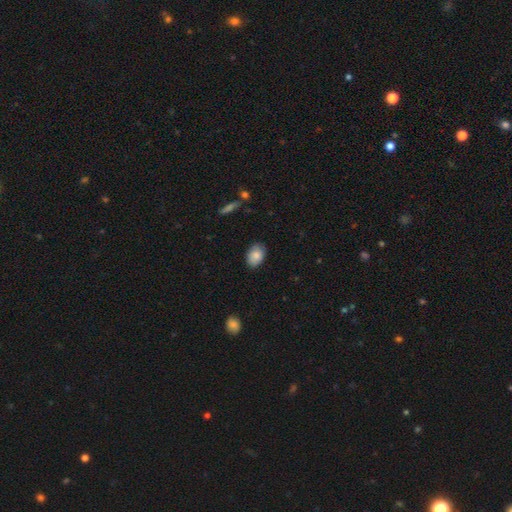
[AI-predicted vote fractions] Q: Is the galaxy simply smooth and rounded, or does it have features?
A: smooth — 85%.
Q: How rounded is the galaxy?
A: in between — 82%.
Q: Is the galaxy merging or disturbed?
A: none — 83%.